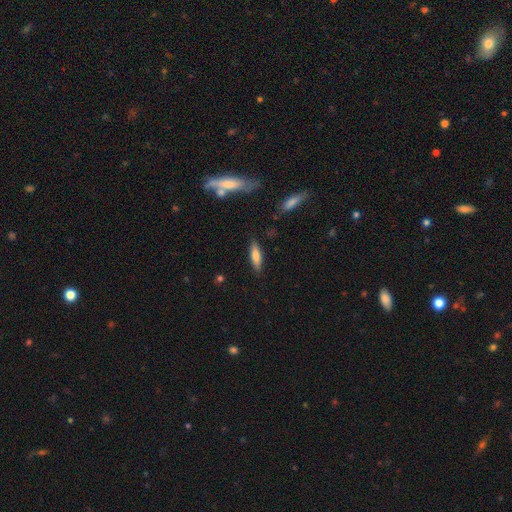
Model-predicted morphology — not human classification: This appears to be a smooth galaxy with no disk features (71%) that is cigar-shaped (62%). Merging: none (84%).